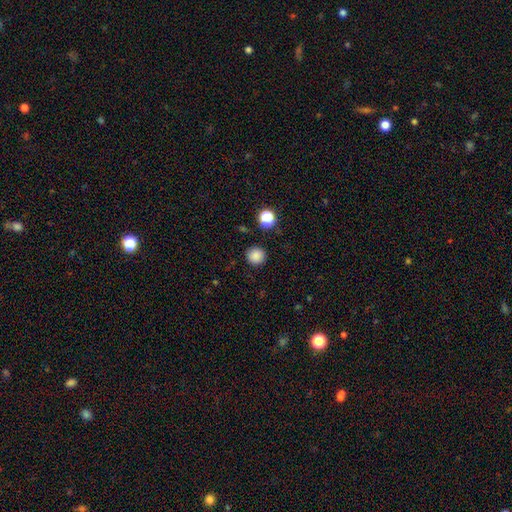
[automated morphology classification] type=smooth (85%); roundness=round (94%); merging=none (90%).